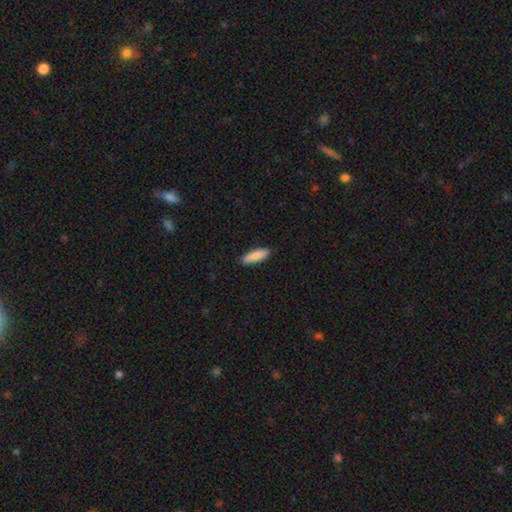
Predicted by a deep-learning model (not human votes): smooth_or_featured: smooth (p=0.88) [alt: featured or disk p=0.06]
how_rounded: cigar-shaped (p=0.57) [alt: in between p=0.41]
merging: none (p=0.89) [alt: minor disturbance p=0.08]